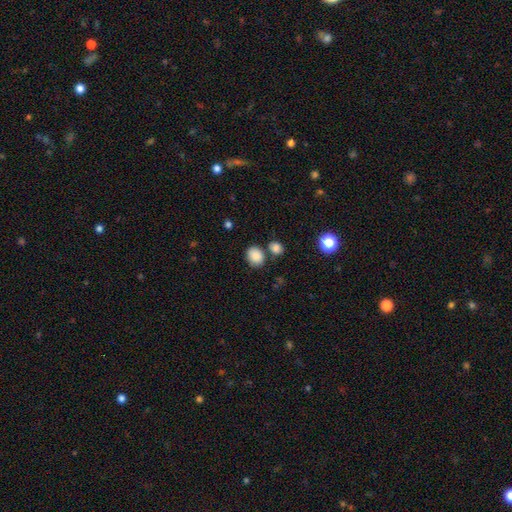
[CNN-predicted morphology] This is clearly a smooth galaxy (87%). How rounded: possibly round (54%). Merging: likely none (70%).